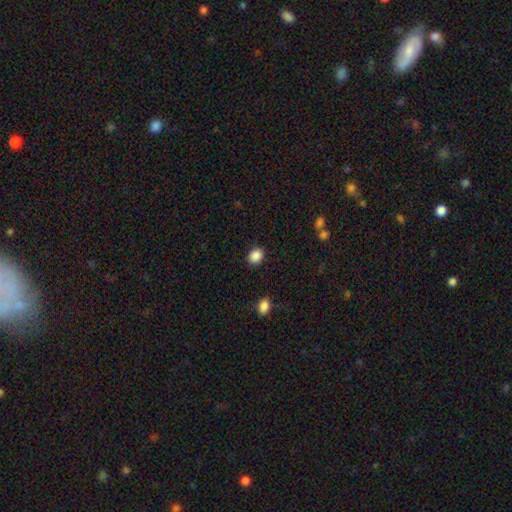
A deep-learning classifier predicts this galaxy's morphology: A smooth galaxy with no disk features (88%) that is round (56%).

Vote fractions:
- Smooth or featured? smooth: 88% / star or artifact: 9% / featured or disk: 3%
- How rounded? round: 56% / in between: 43% / cigar-shaped: 1%
- Merging? none: 87% / minor disturbance: 8% / major disturbance: 3% / merger: 1%